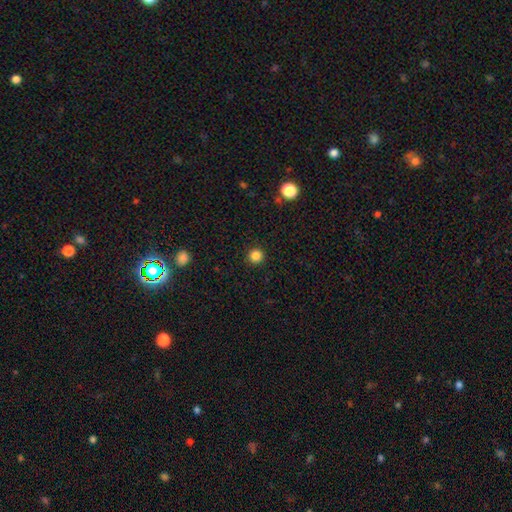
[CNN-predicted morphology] Smooth or featured? smooth (84%)
How rounded? round (95%)
Merging? none (93%)